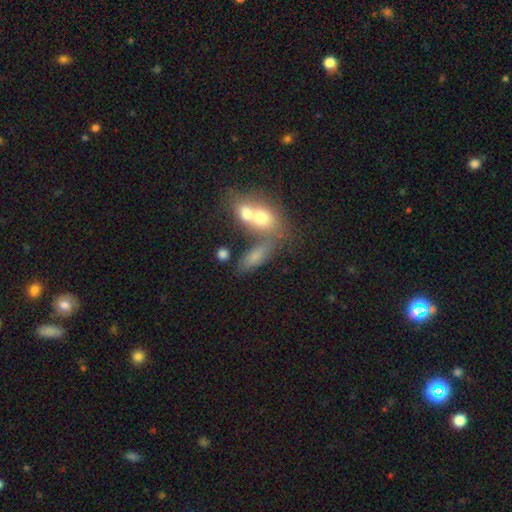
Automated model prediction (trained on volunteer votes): Smooth or featured? smooth (64%)
How rounded? in between (66%)
Merging? merger (51%)